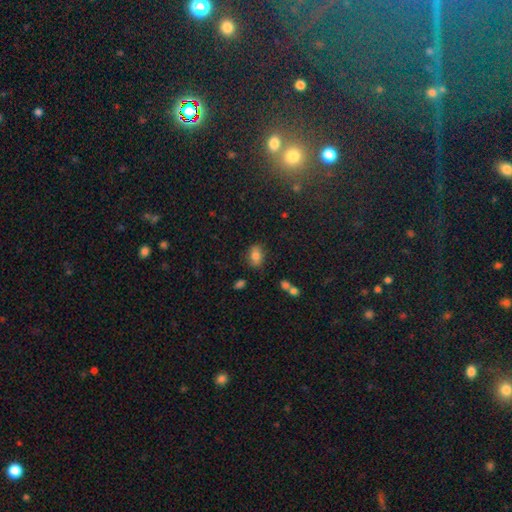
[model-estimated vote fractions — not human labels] This appears to be a smooth galaxy with no disk features (80%) that is in between round and cigar-shaped (79%). Merging: none (80%).